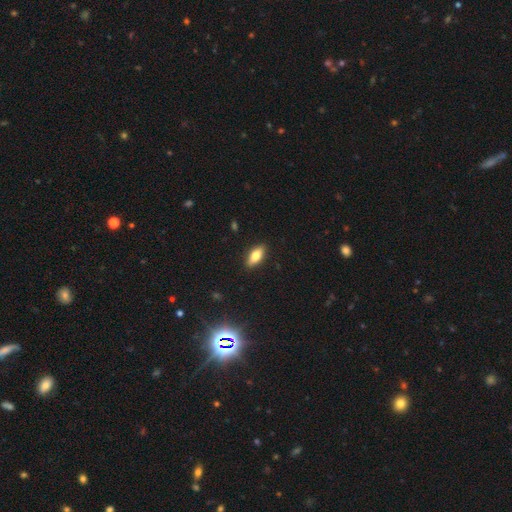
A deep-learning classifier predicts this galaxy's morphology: This is likely a smooth galaxy (76%). How rounded: clearly in between (80%). Merging: clearly none (88%).